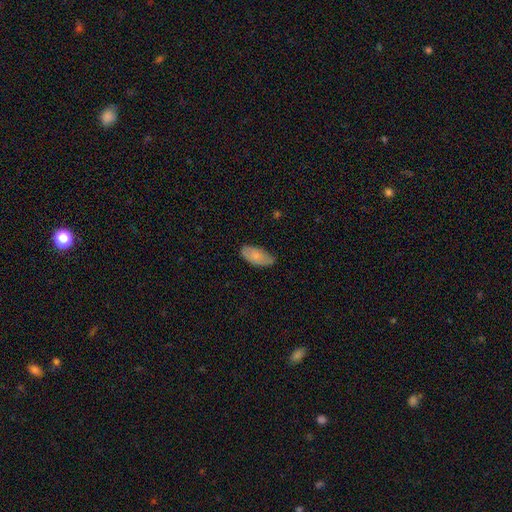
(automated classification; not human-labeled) Smooth or featured?
  - smooth: 78% *
  - featured or disk: 16%
  - star or artifact: 6%
How rounded?
  - in between: 93% *
  - cigar-shaped: 5%
  - round: 2%
Merging?
  - none: 67% *
  - minor disturbance: 27%
  - major disturbance: 4%
  - merger: 1%